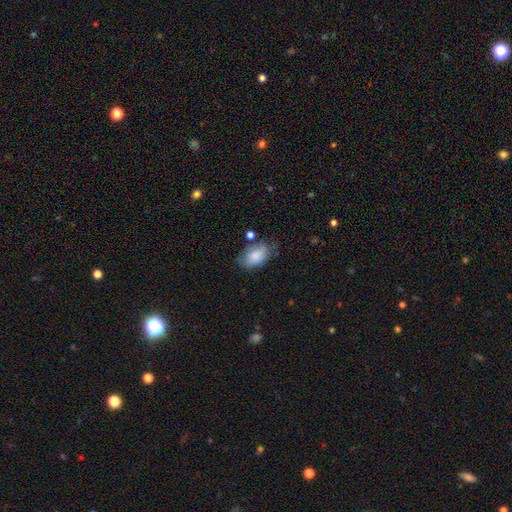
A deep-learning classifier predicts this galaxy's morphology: A smooth galaxy with no disk features (80%) that is in between round and cigar-shaped (90%). Merging: none (60%).